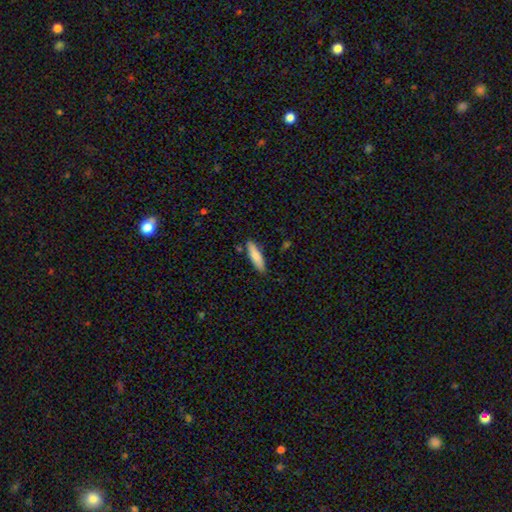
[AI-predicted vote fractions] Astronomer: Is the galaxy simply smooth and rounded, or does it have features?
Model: smooth — 83%.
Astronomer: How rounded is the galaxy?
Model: cigar-shaped — 66%.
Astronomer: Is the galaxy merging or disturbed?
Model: none — 83%.